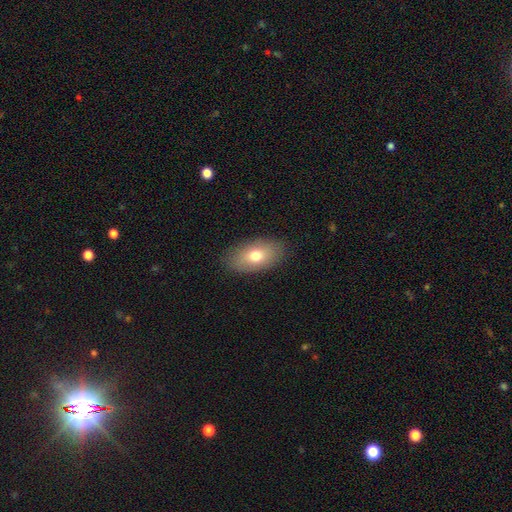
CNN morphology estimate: smooth_or_featured: smooth (p=0.73) [alt: featured or disk p=0.20]
how_rounded: in between (p=0.92) [alt: round p=0.06]
merging: none (p=0.85) [alt: minor disturbance p=0.11]